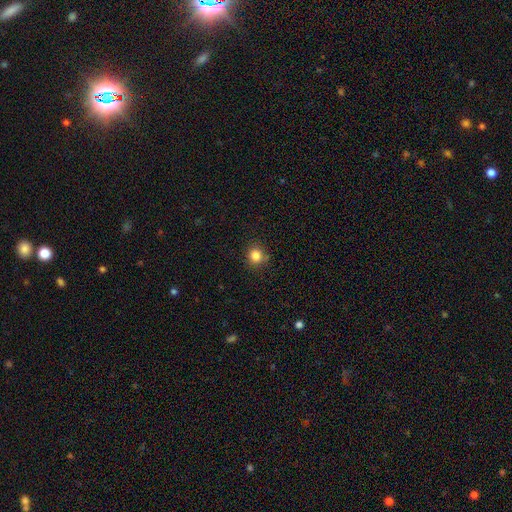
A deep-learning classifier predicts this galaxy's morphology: smooth-or-featured: smooth: 84% | star or artifact: 12% | featured or disk: 5%
  how-rounded: round: 85% | in between: 14% | cigar-shaped: 1%
  merging: none: 84% | minor disturbance: 11% | major disturbance: 3% | merger: 2%